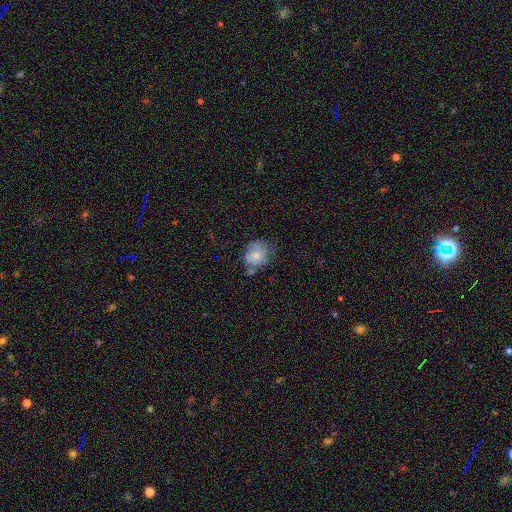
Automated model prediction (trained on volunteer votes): Smooth or featured? Predicted: smooth (p=0.68). How rounded? Predicted: round (p=0.64). Merging? Predicted: none (p=0.46).